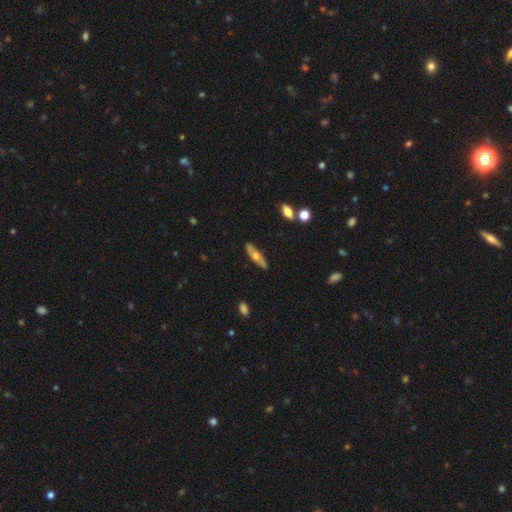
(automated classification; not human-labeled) The model was most divided on "smooth or featured": featured or disk: 48%, smooth: 46%, star or artifact: 6%. More confident: merging — none (86%).